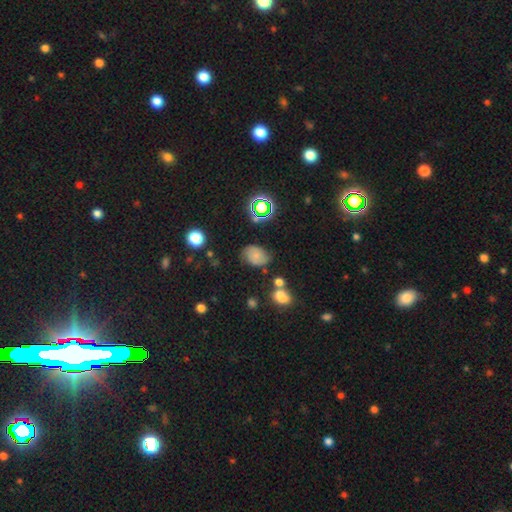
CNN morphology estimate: This appears to be a smooth galaxy with no disk features (53%) that is in between round and cigar-shaped (67%). Merging: none (61%).